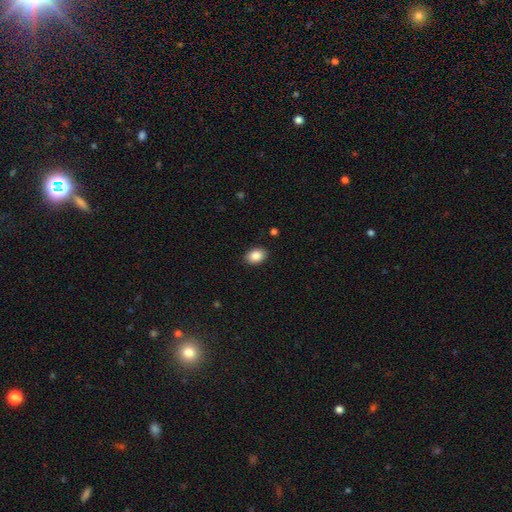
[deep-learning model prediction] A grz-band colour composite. It shows a smooth galaxy with no disk features (87%) that is in between round and cigar-shaped (82%). Merging: none (88%).